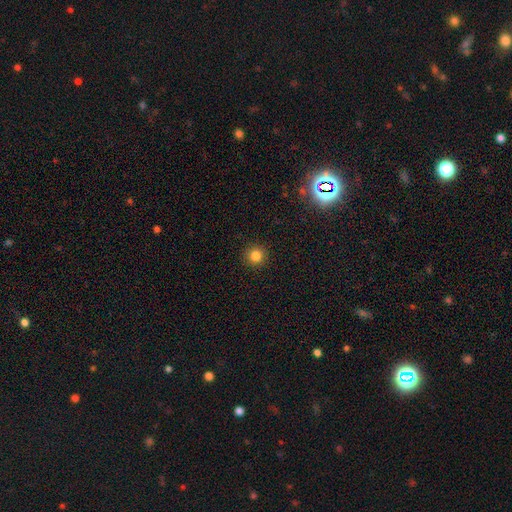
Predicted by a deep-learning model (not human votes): smooth-or-featured: smooth: 83% | star or artifact: 12% | featured or disk: 5%
  how-rounded: round: 94% | in between: 5% | cigar-shaped: 1%
  merging: none: 92% | minor disturbance: 5% | major disturbance: 2% | merger: 1%